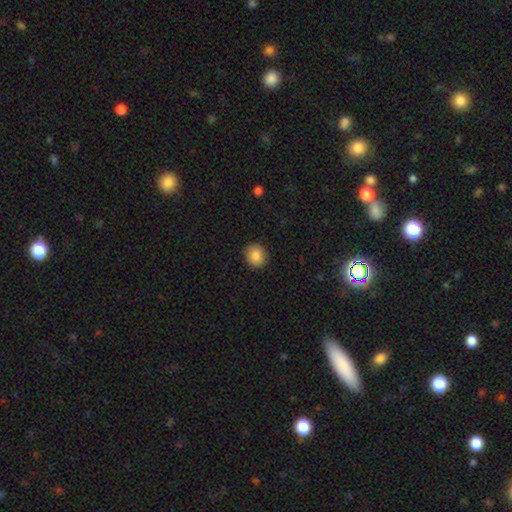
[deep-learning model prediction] smooth 87%, star or artifact 8%, featured or disk 4%. Down the decision tree: how rounded — round (80%); merging — none (89%).